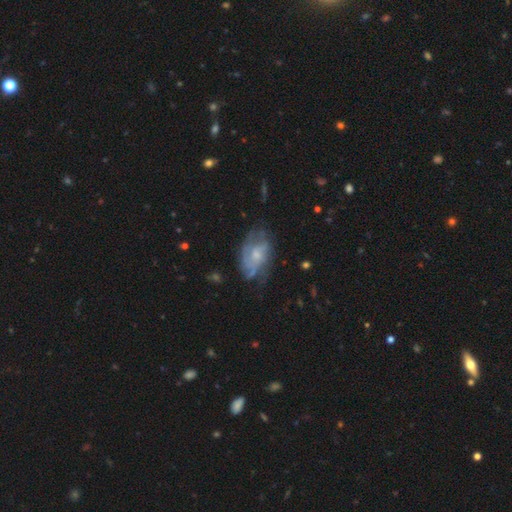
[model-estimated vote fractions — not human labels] Smooth or featured? featured or disk (68%)
Edge-on disk? no (96%)
Bar? no (68%)
Spiral arms? yes (78%)
Spiral winding? medium (40%)
Spiral arm count? can't tell (44%)
Bulge size? small (48%)
Merging? none (54%)